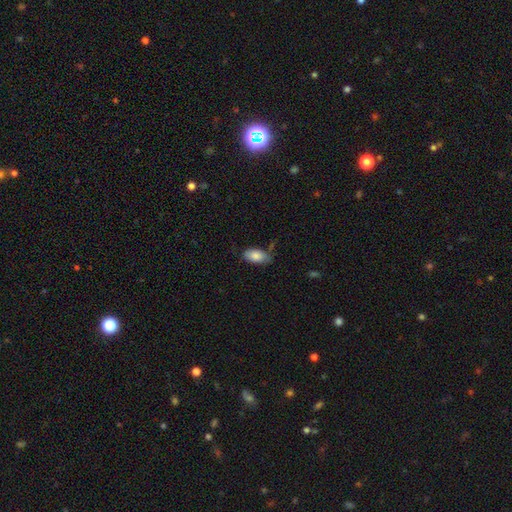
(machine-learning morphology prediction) A smooth galaxy with no disk features (84%) that is in between round and cigar-shaped (93%). Merging: none (64%).